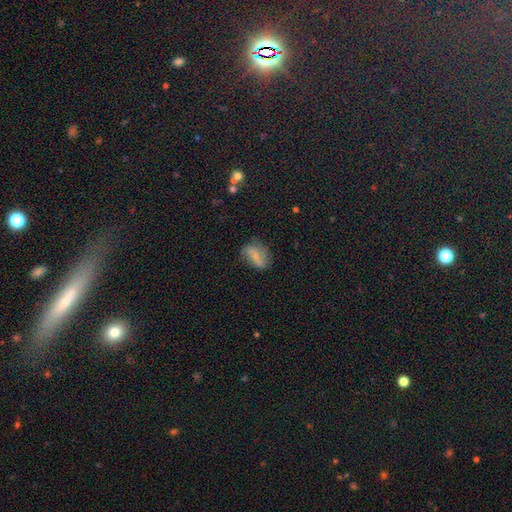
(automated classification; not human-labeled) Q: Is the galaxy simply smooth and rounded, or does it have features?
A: smooth — 62%.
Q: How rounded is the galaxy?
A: in between — 84%.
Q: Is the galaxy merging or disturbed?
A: none — 62%.